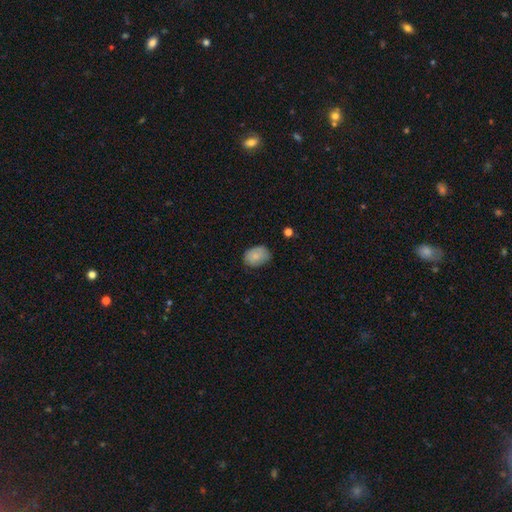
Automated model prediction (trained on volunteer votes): The model was most divided on "how rounded": in between: 67%, round: 32%, cigar-shaped: 1%. More confident: smooth or featured — smooth (82%); merging — none (69%).